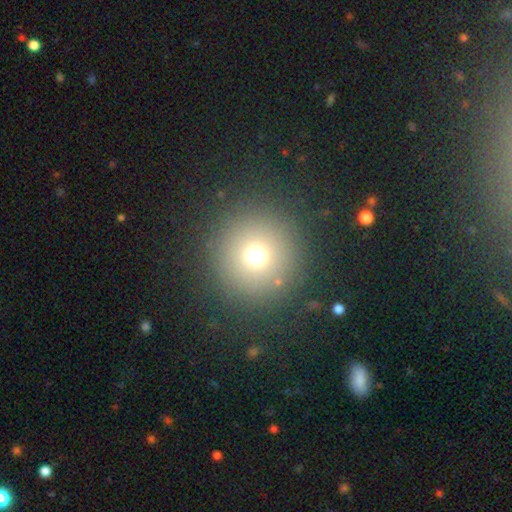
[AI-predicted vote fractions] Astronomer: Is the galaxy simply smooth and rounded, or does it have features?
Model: smooth — 70%.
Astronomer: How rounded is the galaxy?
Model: round — 96%.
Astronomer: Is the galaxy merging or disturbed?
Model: none — 88%.